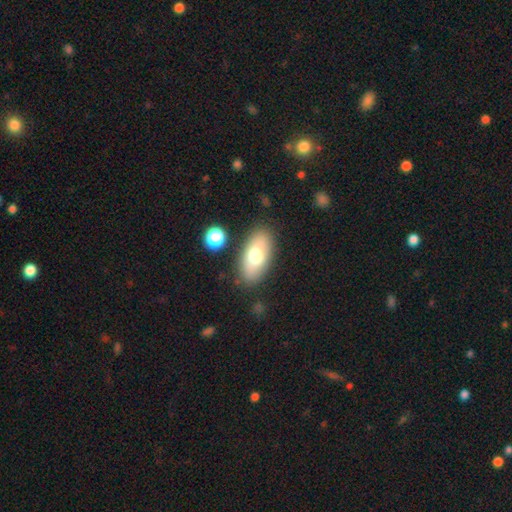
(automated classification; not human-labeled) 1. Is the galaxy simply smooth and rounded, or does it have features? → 68% smooth, 25% featured or disk, 8% star or artifact.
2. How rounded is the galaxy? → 90% in between, 5% round, 5% cigar-shaped.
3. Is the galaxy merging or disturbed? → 82% none, 11% minor disturbance, 4% major disturbance, 3% merger.